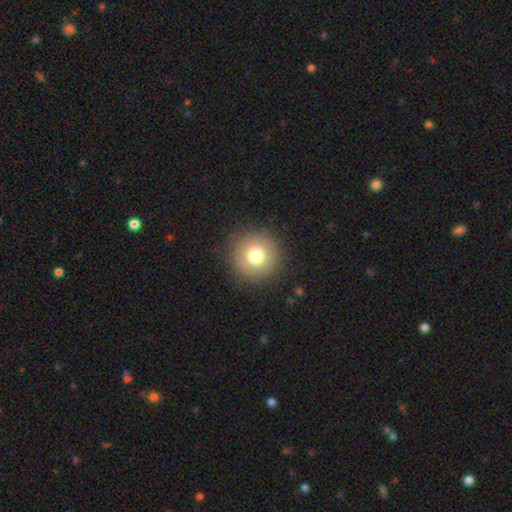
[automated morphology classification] Smooth or featured? smooth (75%)
How rounded? round (96%)
Merging? none (89%)